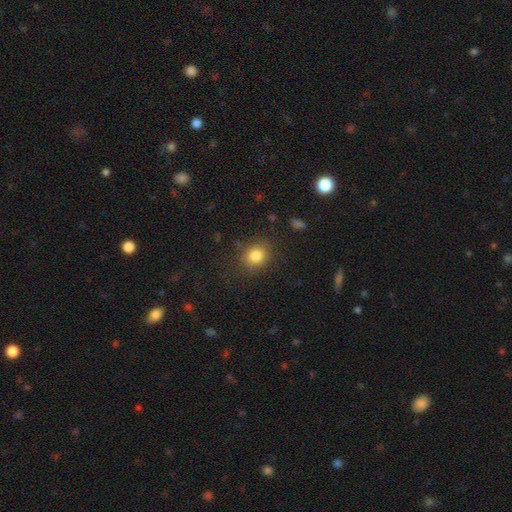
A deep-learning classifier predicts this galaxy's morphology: smooth-or-featured: smooth: 83% | star or artifact: 11% | featured or disk: 6%
  how-rounded: round: 67% | in between: 32% | cigar-shaped: 1%
  merging: none: 82% | minor disturbance: 12% | major disturbance: 4% | merger: 2%